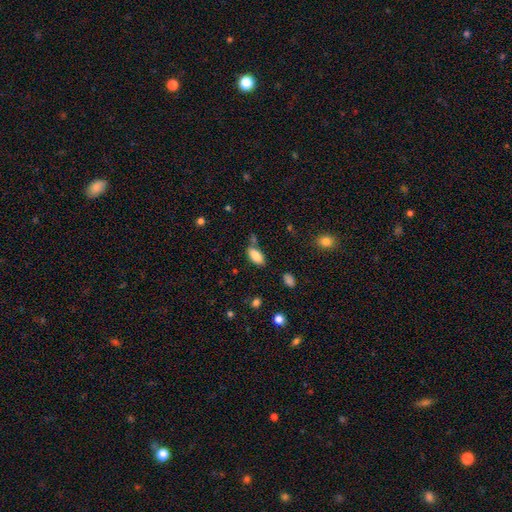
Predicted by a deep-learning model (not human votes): A smooth galaxy with no disk features (85%) that is in between round and cigar-shaped (90%). Merging: none (67%).